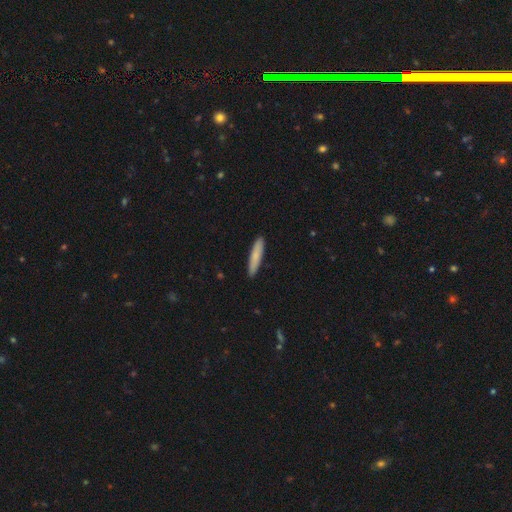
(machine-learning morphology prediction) type=smooth (79%); roundness=cigar-shaped (89%); merging=none (91%).